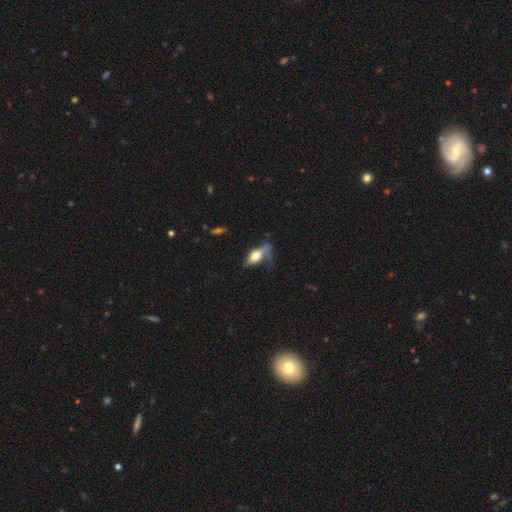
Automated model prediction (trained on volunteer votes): smooth_or_featured: smooth (p=0.53) [alt: featured or disk p=0.39]
how_rounded: in between (p=0.69) [alt: cigar-shaped p=0.25]
merging: none (p=0.37) [alt: minor disturbance p=0.29]